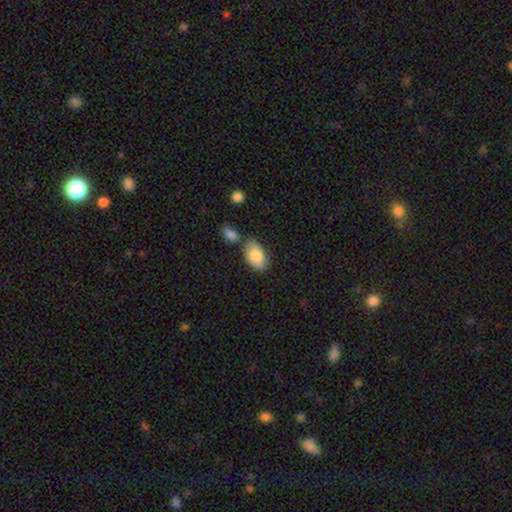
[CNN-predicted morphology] smooth-or-featured: smooth: 84% | featured or disk: 10% | star or artifact: 6%
  how-rounded: in between: 93% | round: 5% | cigar-shaped: 1%
  merging: none: 57% | merger: 20% | minor disturbance: 19% | major disturbance: 5%